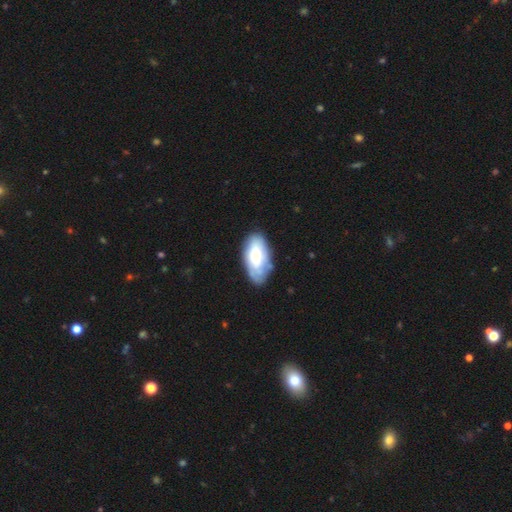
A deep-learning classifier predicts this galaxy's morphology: Q: Smooth or featured?
A: smooth (63%); runner-up: featured or disk (30%)
Q: How rounded?
A: in between (94%); runner-up: cigar-shaped (4%)
Q: Merging?
A: none (69%); runner-up: minor disturbance (23%)